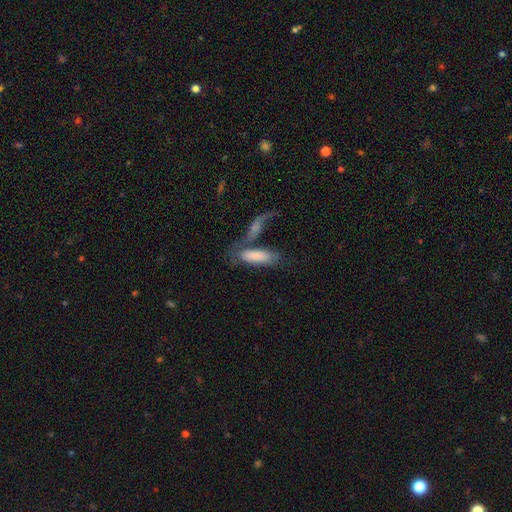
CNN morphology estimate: smooth_or_featured: smooth (p=0.74) [alt: featured or disk p=0.19]
how_rounded: in between (p=0.62) [alt: cigar-shaped p=0.36]
merging: merger (p=0.47) [alt: none p=0.30]